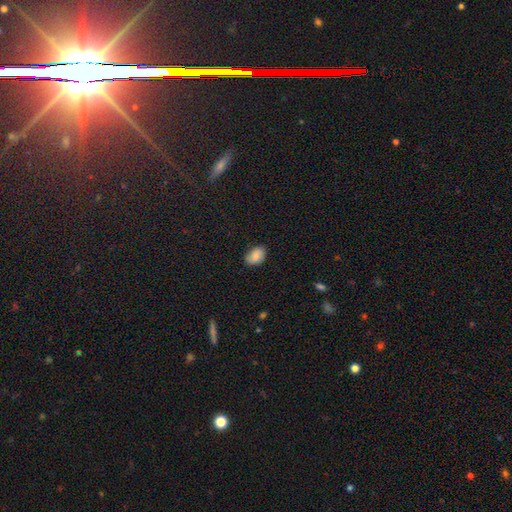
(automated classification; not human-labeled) smooth_or_featured: smooth (p=0.78) [alt: featured or disk p=0.14]
how_rounded: in between (p=0.84) [alt: round p=0.15]
merging: none (p=0.79) [alt: minor disturbance p=0.17]